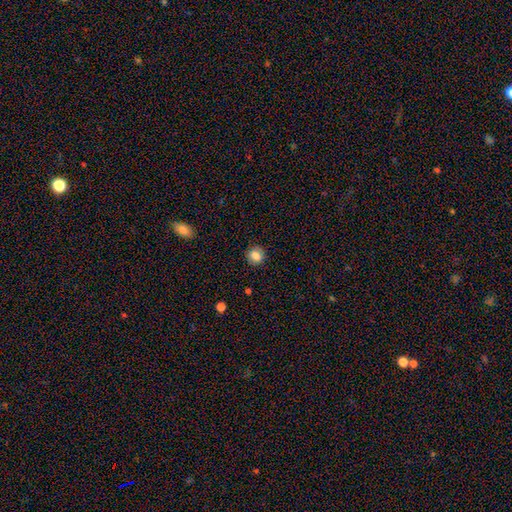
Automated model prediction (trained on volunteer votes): smooth 81%, star or artifact 10%, featured or disk 9%. Down the decision tree: how rounded — round (83%); merging — none (87%).